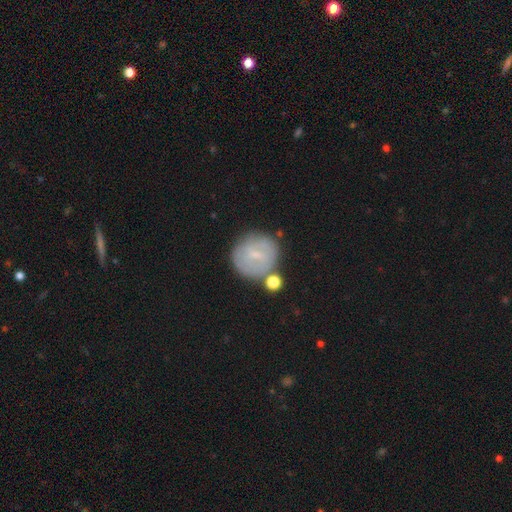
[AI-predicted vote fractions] Smooth or featured? Predicted: featured or disk (p=0.46). Merging? Predicted: none (p=0.68).